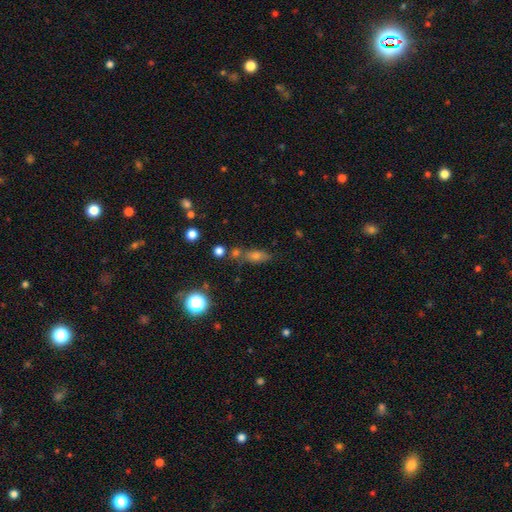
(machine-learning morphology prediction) Smooth or featured? Predicted: smooth (p=0.57). How rounded? Predicted: in between (p=0.58). Merging? Predicted: none (p=0.63).